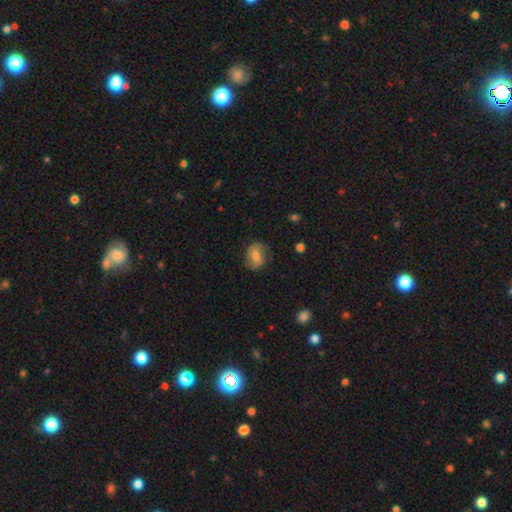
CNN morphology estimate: Smooth or featured? smooth (56%)
How rounded? in between (55%)
Merging? none (72%)